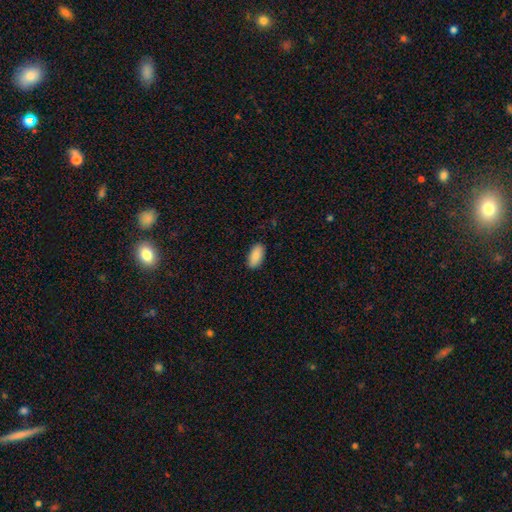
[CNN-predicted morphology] type=smooth (88%); roundness=in between (94%); merging=none (89%).